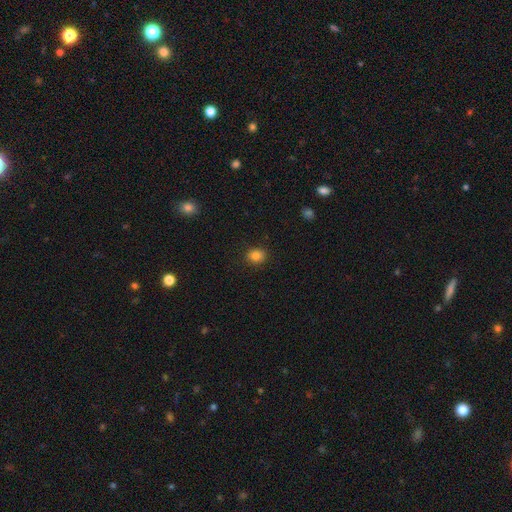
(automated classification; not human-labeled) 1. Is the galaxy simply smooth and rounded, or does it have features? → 82% smooth, 12% star or artifact, 6% featured or disk.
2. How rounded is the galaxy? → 71% round, 28% in between, 1% cigar-shaped.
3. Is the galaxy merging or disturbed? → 89% none, 8% minor disturbance, 2% major disturbance, 1% merger.